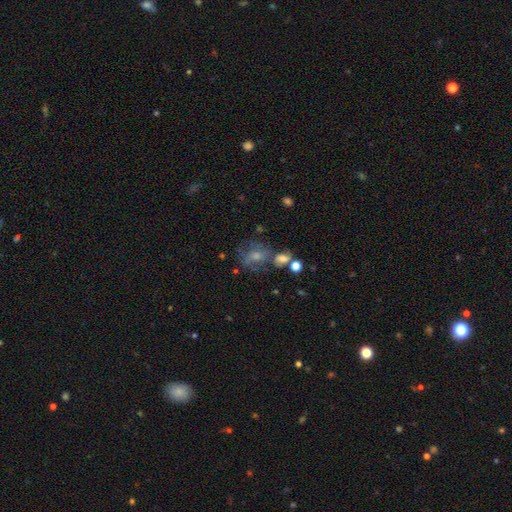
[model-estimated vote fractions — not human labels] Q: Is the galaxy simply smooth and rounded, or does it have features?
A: featured or disk — 42%.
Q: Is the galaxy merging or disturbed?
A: none — 49%.